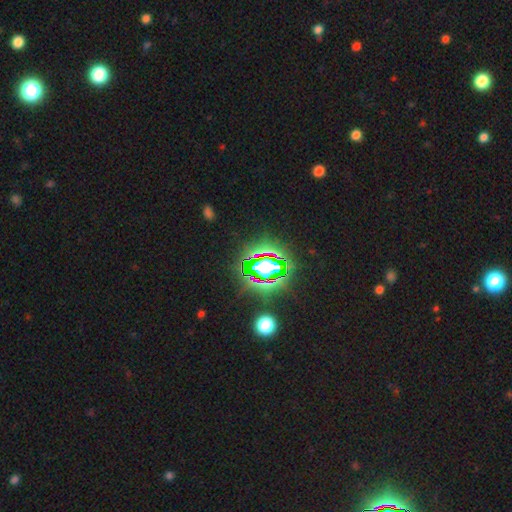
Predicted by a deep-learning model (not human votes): Smooth or featured? Predicted: star or artifact (p=0.74).